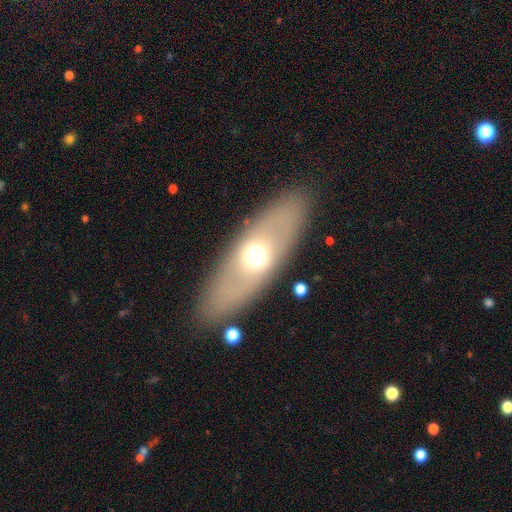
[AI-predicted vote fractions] This is possibly a smooth galaxy (47%). Merging: clearly none (85%).